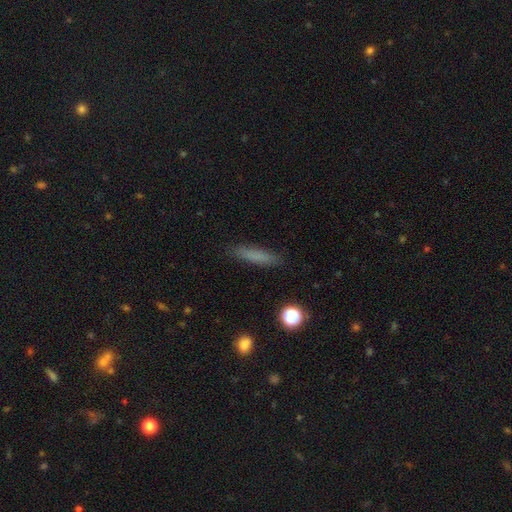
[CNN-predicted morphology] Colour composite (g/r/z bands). It shows a smooth galaxy with no disk features (77%) that is cigar-shaped (87%). Merging: none (87%).